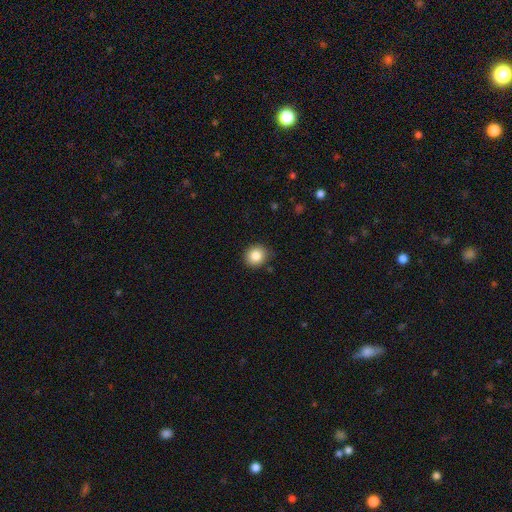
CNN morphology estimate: A smooth galaxy with no disk features (84%) that is round (86%). Merging: none (86%).